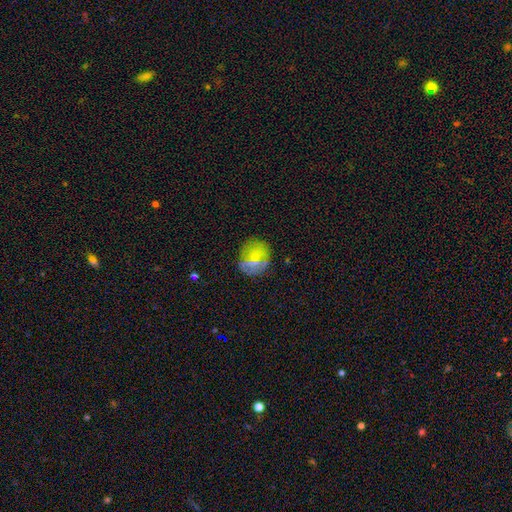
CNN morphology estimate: The model was most divided on "smooth or featured": smooth: 65%, star or artifact: 19%, featured or disk: 16%. More confident: how rounded — round (80%); merging — none (78%).